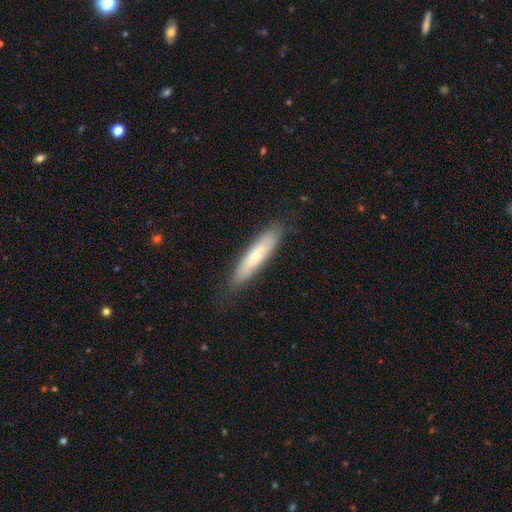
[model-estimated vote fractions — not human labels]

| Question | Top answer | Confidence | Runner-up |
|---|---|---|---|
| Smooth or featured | smooth | 59% | featured or disk (35%) |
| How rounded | cigar-shaped | 82% | in between (17%) |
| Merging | none | 84% | minor disturbance (12%) |